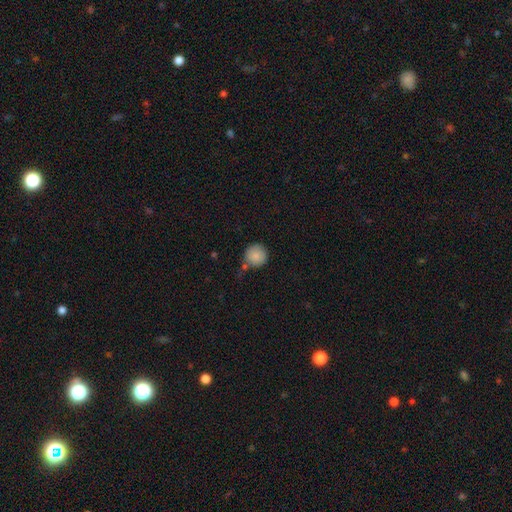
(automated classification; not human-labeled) Smooth or featured?
  - smooth: 87% *
  - star or artifact: 8%
  - featured or disk: 5%
How rounded?
  - round: 93% *
  - in between: 6%
  - cigar-shaped: 1%
Merging?
  - none: 66% *
  - minor disturbance: 17%
  - merger: 11%
  - major disturbance: 5%